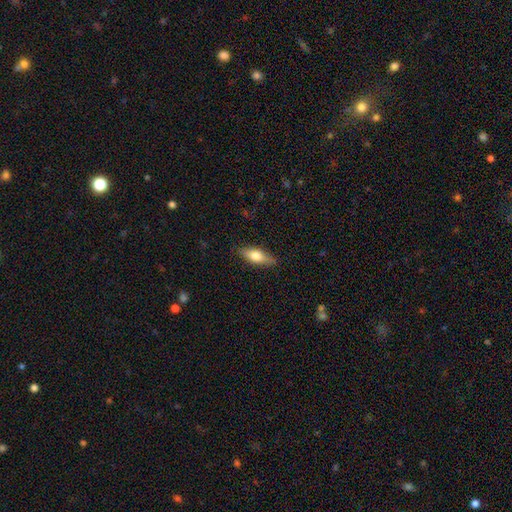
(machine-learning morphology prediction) Smooth or featured? smooth (65%)
How rounded? in between (64%)
Merging? none (85%)